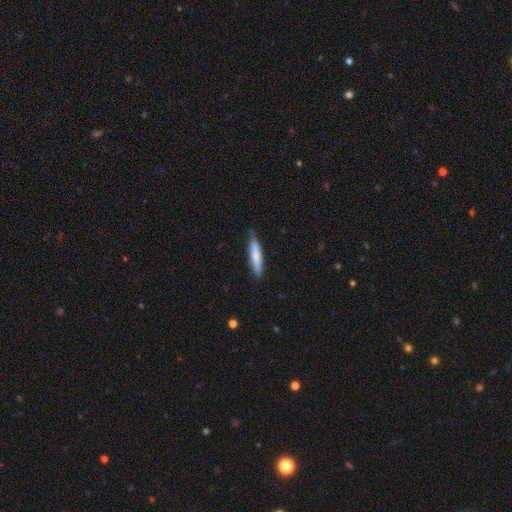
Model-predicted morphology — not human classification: A smooth galaxy with no disk features (75%) that is cigar-shaped (88%). Merging: none (81%).